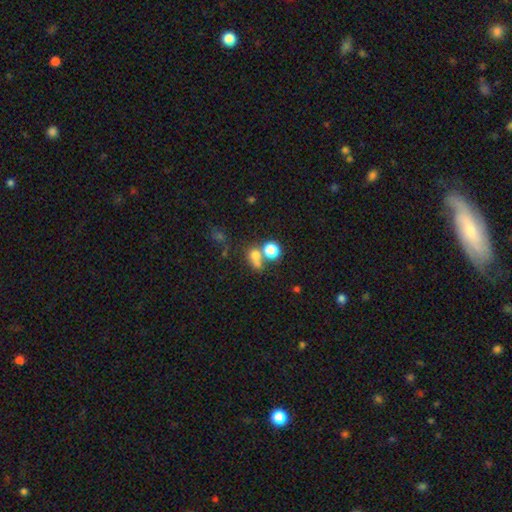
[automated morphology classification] smooth 67%, star or artifact 22%, featured or disk 11%. Down the decision tree: how rounded — round (72%); merging — none (43%).